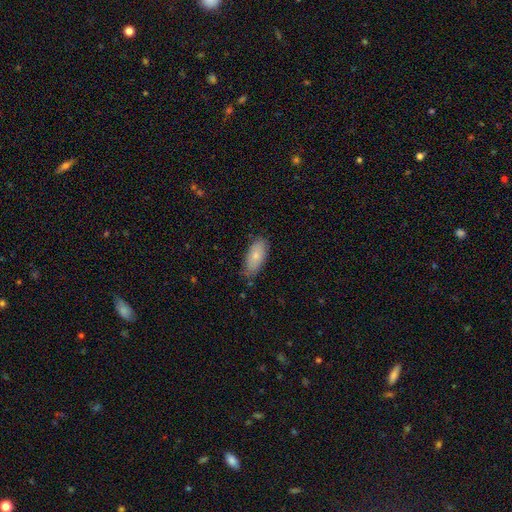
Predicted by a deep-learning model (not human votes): This appears to be a smooth galaxy with no disk features (76%) that is in between round and cigar-shaped (88%). Merging: none (73%).